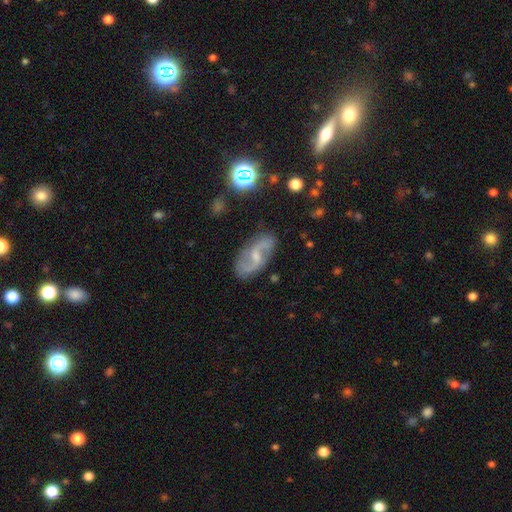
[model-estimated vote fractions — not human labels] This appears to be a featured or disk galaxy (81%) with a weak bar (52%), 2 (91%) loose (50%) spiral arms (95%) and a small central bulge (53%). Merging: none (81%).